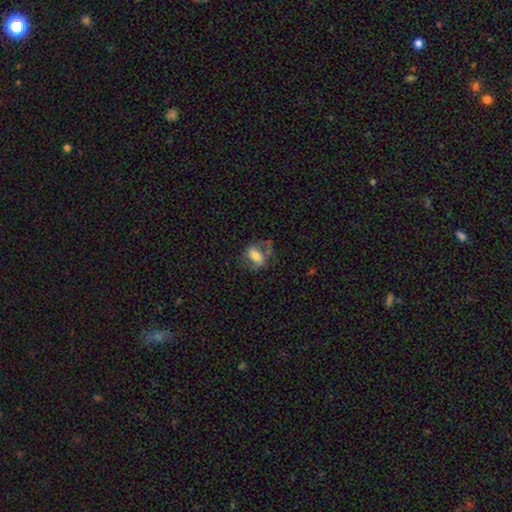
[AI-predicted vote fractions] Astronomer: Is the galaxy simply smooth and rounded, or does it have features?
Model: smooth — 55% (runner-up: featured or disk, 37%).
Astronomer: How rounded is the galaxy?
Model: in between — 79%.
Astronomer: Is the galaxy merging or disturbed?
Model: none — 51%.